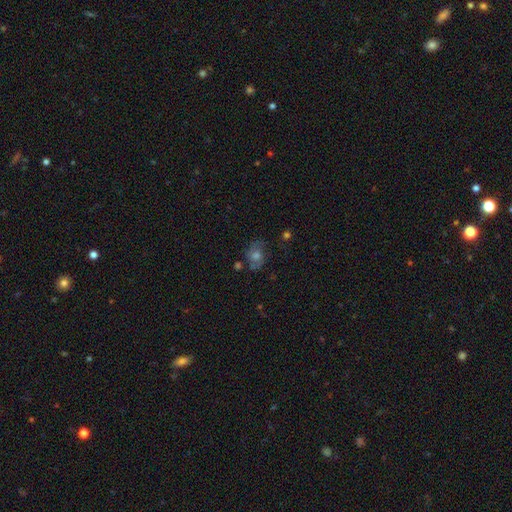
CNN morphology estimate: A featured or disk galaxy (59%) with no bar (69%), spiral arms (85%) and a moderate central bulge (59%). Merging: none (71%).